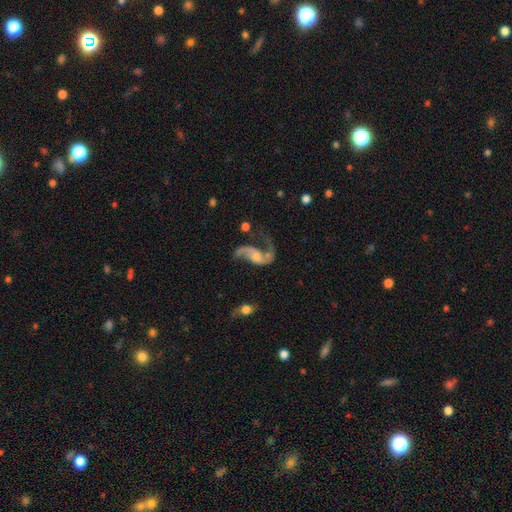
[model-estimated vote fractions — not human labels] smooth_or_featured: featured or disk (p=0.86) [alt: smooth p=0.08]
disk_edge_on: no (p=0.96) [alt: yes p=0.04]
bar: no (p=0.55) [alt: weak p=0.35]
has_spiral_arms: yes (p=0.94) [alt: no p=0.06]
spiral_winding: loose (p=0.79) [alt: medium p=0.18]
spiral_arm_count: 2 (p=0.88) [alt: 1 p=0.07]
bulge_size: small (p=0.36) [alt: moderate p=0.35]
merging: none (p=0.46) [alt: major disturbance p=0.28]